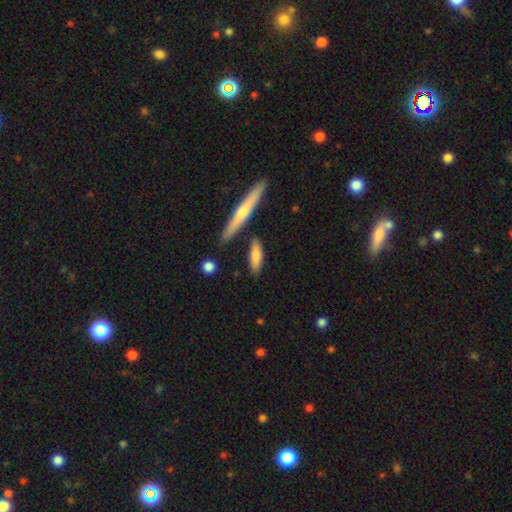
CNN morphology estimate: Smooth or featured? smooth (78%)
How rounded? cigar-shaped (60%)
Merging? none (78%)